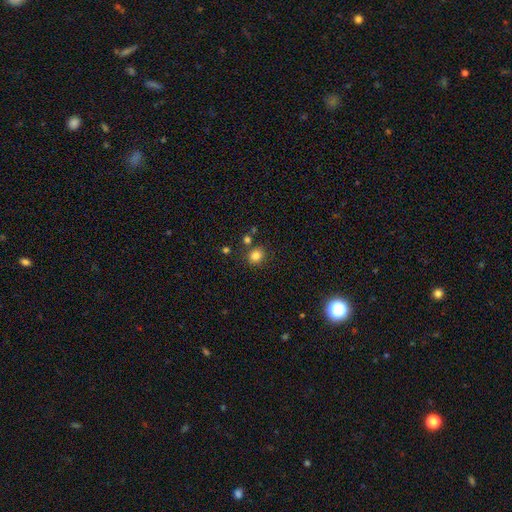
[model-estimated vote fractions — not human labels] This is clearly a smooth galaxy (83%). How rounded: clearly round (80%). Merging: clearly none (80%).